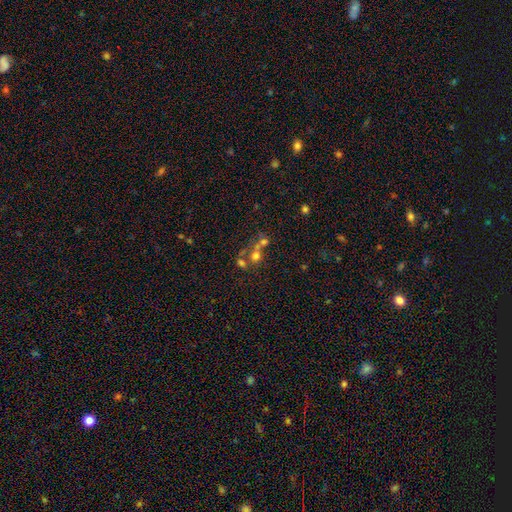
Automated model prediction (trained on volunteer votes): smooth_or_featured: smooth (p=0.59) [alt: star or artifact p=0.22]
how_rounded: round (p=0.83) [alt: in between p=0.16]
merging: merger (p=0.47) [alt: none p=0.41]